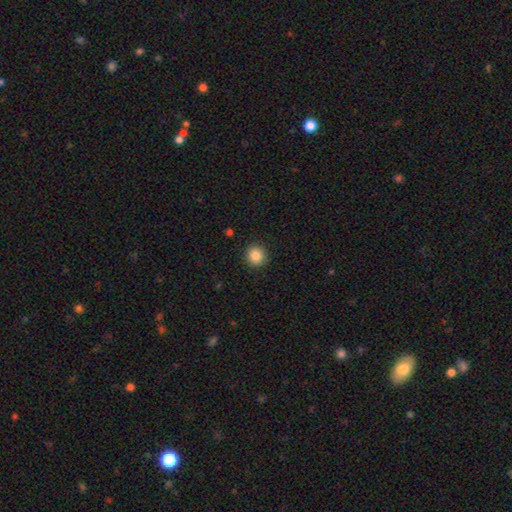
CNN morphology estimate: Smooth or featured?
  - smooth: 86% *
  - star or artifact: 9%
  - featured or disk: 5%
How rounded?
  - round: 90% *
  - in between: 9%
  - cigar-shaped: 1%
Merging?
  - none: 91% *
  - minor disturbance: 6%
  - major disturbance: 2%
  - merger: 1%